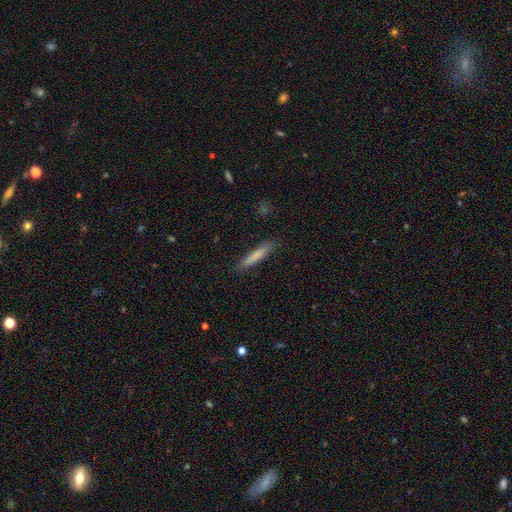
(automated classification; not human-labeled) The model was most divided on "smooth or featured": smooth: 75%, featured or disk: 19%, star or artifact: 6%. More confident: how rounded — cigar-shaped (92%); merging — none (85%).